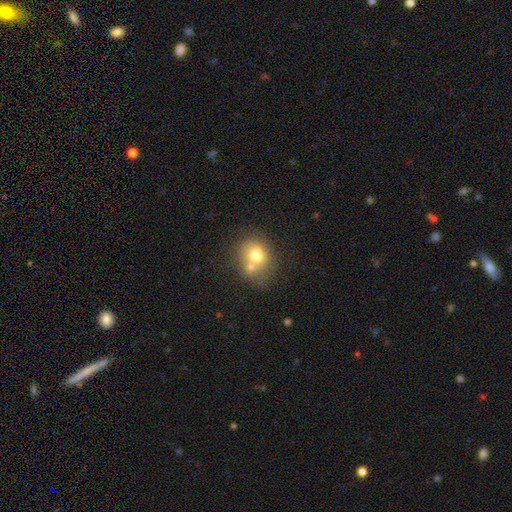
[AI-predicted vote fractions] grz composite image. It shows a smooth galaxy with no disk features (70%) that is round (67%). Merging: merger (40%).